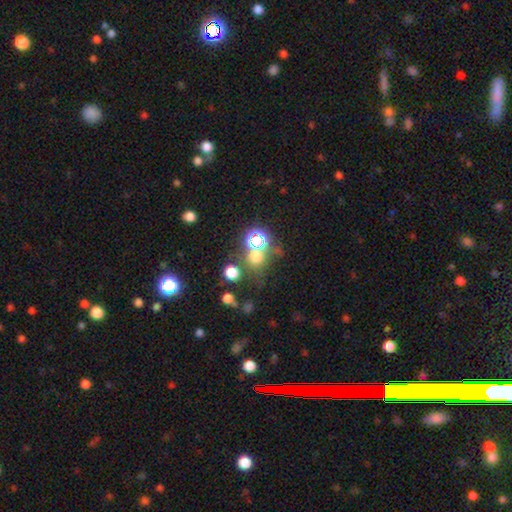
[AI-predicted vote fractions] smooth_or_featured: smooth (p=0.53) [alt: star or artifact p=0.38]
how_rounded: round (p=0.84) [alt: in between p=0.15]
merging: none (p=0.65) [alt: merger p=0.18]